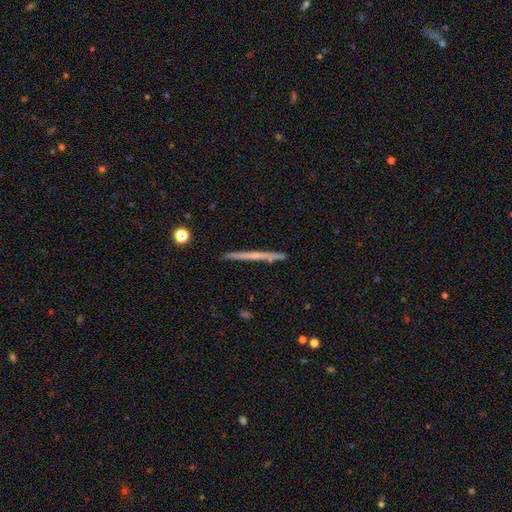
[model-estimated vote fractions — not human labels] This is possibly a featured or disk galaxy (56%). It is clearly viewed edge-on (98%). Edge-on bulge: clearly none (81%). Merging: clearly none (91%).